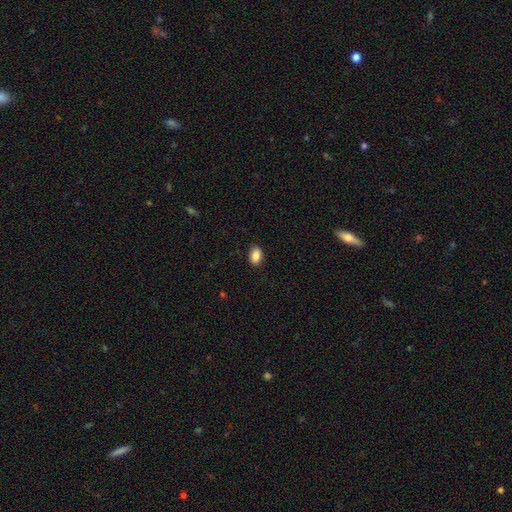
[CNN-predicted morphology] The model was most divided on "how rounded": in between: 87%, round: 11%, cigar-shaped: 1%. More confident: merging — none (89%); smooth or featured — smooth (88%).